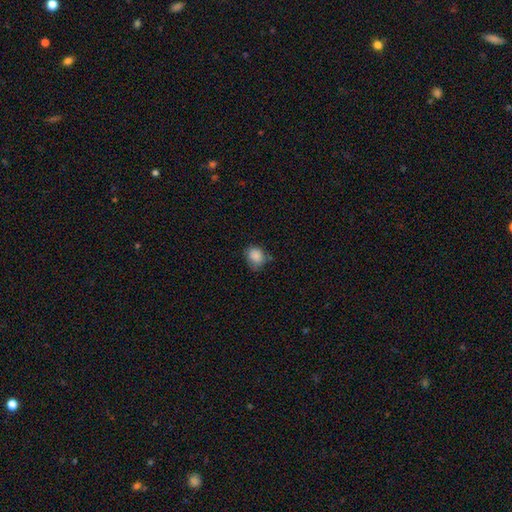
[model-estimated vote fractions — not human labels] A smooth galaxy with no disk features (86%) that is round (57%).

Vote fractions:
- Smooth or featured? smooth: 86% / star or artifact: 9% / featured or disk: 5%
- How rounded? round: 57% / in between: 42% / cigar-shaped: 1%
- Merging? none: 59% / minor disturbance: 31% / major disturbance: 7% / merger: 3%